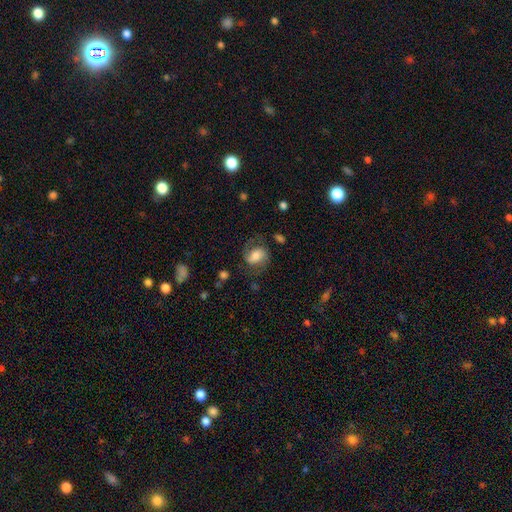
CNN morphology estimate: type=featured or disk (54%); edge-on=no (97%); bar=no (39%, tied with weak); spiral arms=yes (89%); bulge=moderate (44%); merging=none (64%).